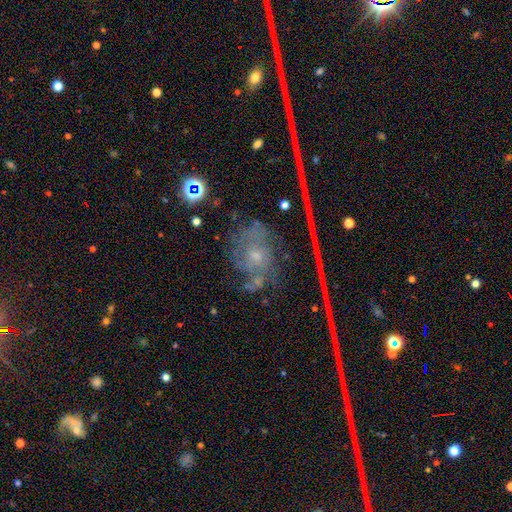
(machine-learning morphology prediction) A featured or disk galaxy (57%) with no bar (80%), spiral arms (76%) and a small central bulge (47%). Merging: none (62%).